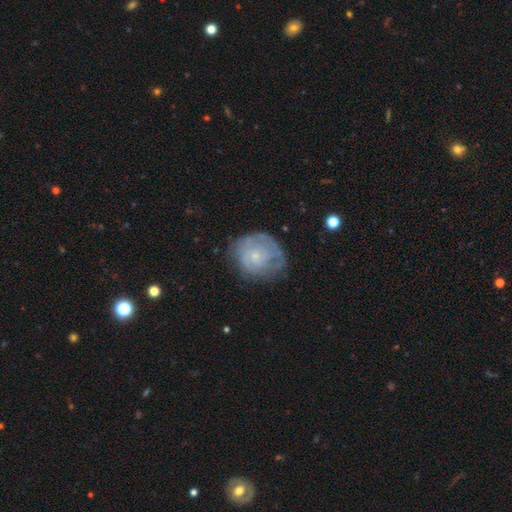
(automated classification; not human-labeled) Morphology: type=featured or disk (58%); edge-on=no (97%); bar=no (83%); spiral arms=yes (70%); bulge=small (76%); merging=none (59%).